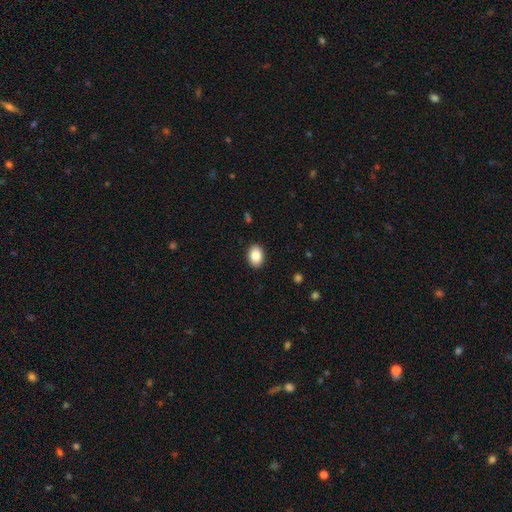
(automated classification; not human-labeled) smooth 86%, star or artifact 8%, featured or disk 6%. Down the decision tree: how rounded — in between (75%); merging — none (91%).